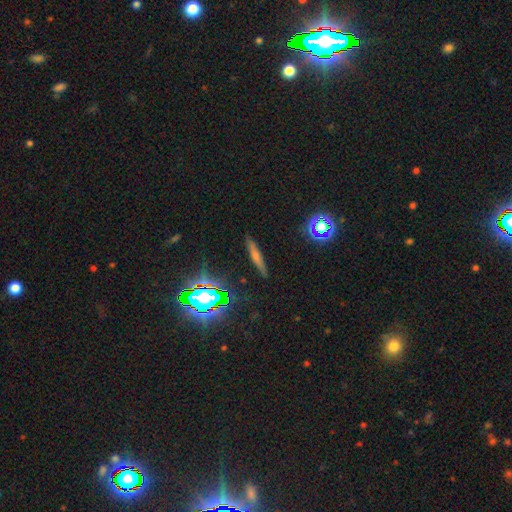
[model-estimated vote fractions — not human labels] Morphology: type=featured or disk (41%); merging=none (88%).